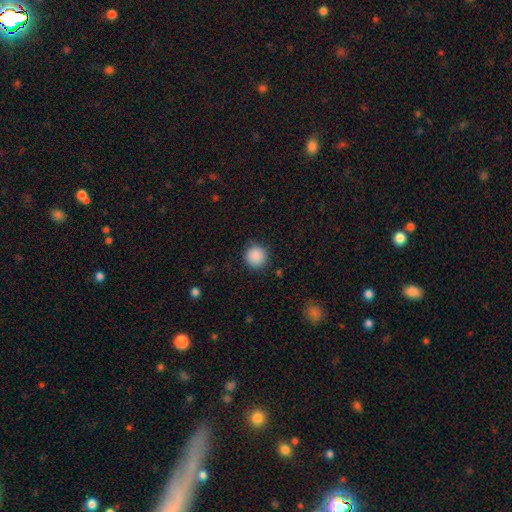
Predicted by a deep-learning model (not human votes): This appears to be a smooth galaxy with no disk features (89%) that is round (94%). Merging: none (89%).